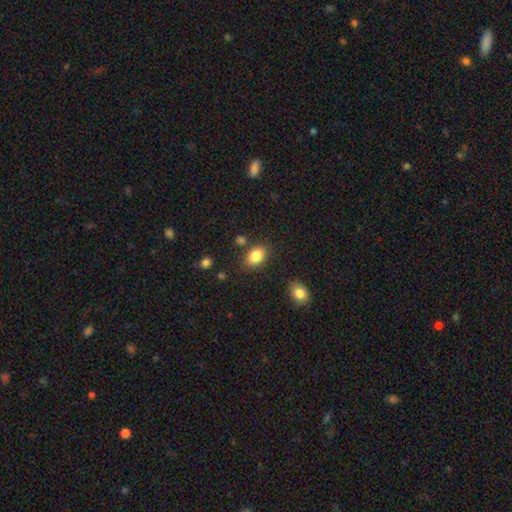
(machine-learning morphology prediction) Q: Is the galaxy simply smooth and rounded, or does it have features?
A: smooth — 85%.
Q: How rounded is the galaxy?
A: in between — 84%.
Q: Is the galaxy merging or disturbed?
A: none — 79%.